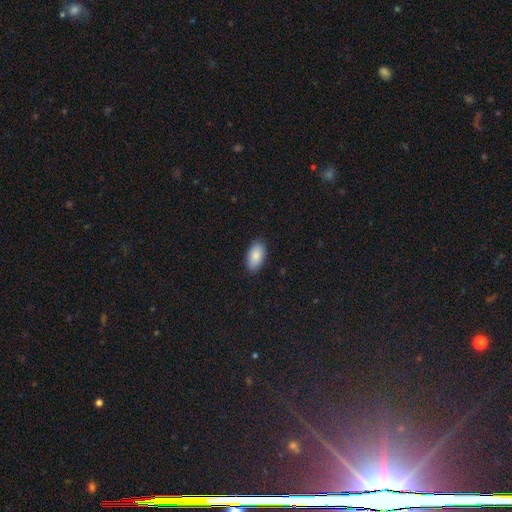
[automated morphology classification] This is clearly a smooth galaxy (88%). How rounded: clearly in between (95%). Merging: clearly none (88%).